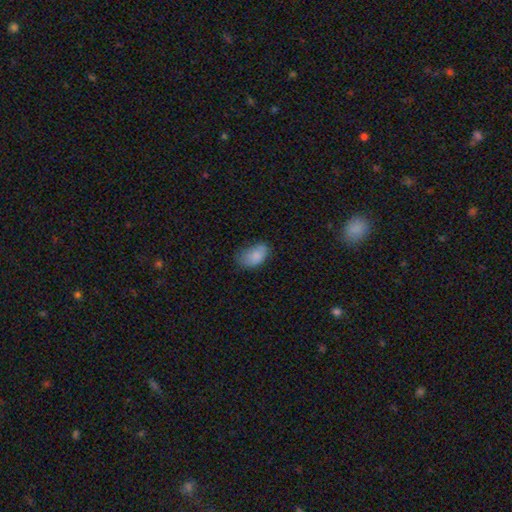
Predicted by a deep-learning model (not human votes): smooth 84%, featured or disk 8%, star or artifact 8%. Down the decision tree: how rounded — in between (92%); merging — none (56%).